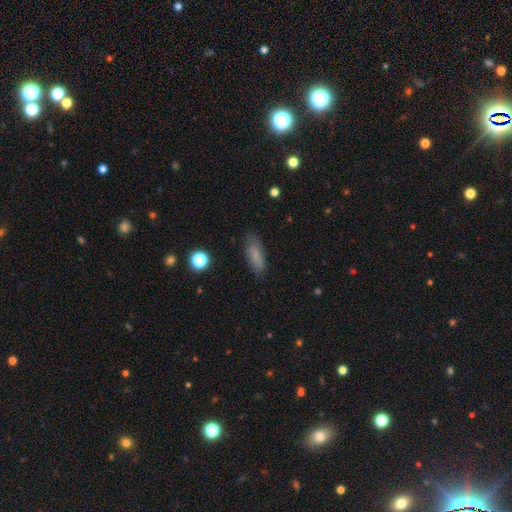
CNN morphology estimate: Smooth or featured: smooth — 77% (featured or disk — 14%)
How rounded: in between — 65% (cigar-shaped — 32%)
Merging: none — 79% (minor disturbance — 16%)